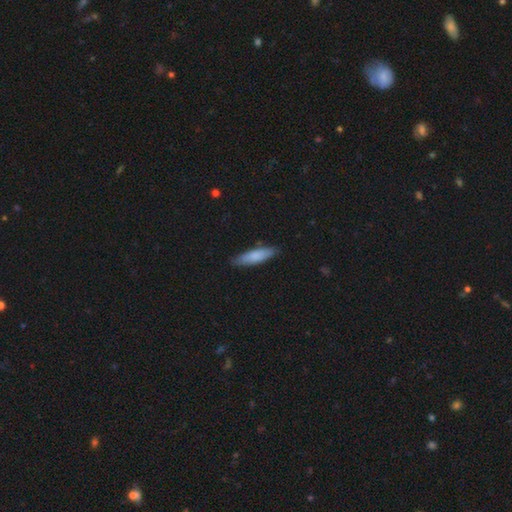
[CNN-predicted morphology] Smooth or featured?
  - smooth: 80% *
  - featured or disk: 15%
  - star or artifact: 6%
How rounded?
  - cigar-shaped: 66% *
  - in between: 33%
  - round: 2%
Merging?
  - none: 84% *
  - minor disturbance: 13%
  - major disturbance: 2%
  - merger: 1%